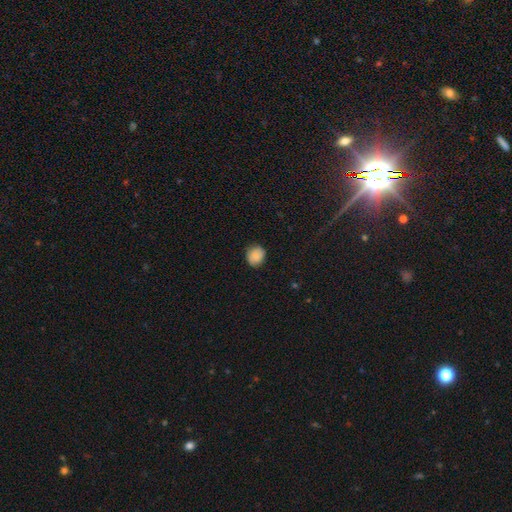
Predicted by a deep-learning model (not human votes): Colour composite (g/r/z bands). It shows a smooth galaxy with no disk features (84%) that is round (74%). Merging: none (79%).